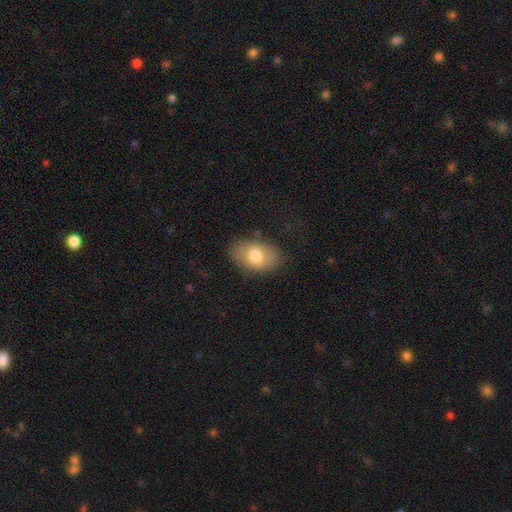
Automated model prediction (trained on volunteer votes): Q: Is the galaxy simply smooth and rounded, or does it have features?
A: smooth — 74%.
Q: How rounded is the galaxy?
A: in between — 88%.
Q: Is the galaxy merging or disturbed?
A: none — 79%.